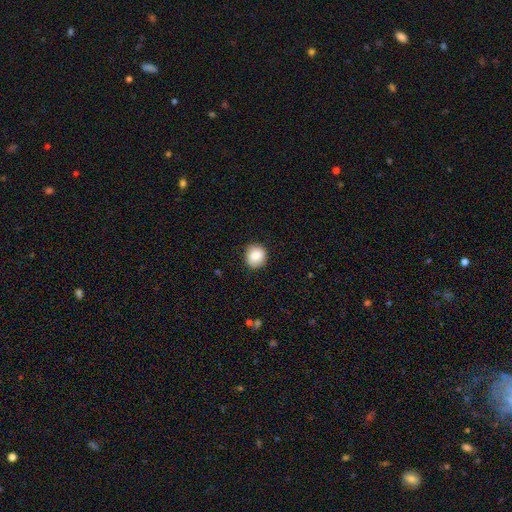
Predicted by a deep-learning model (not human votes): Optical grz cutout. It shows a smooth galaxy with no disk features (85%) that is round (83%). Merging: none (87%).